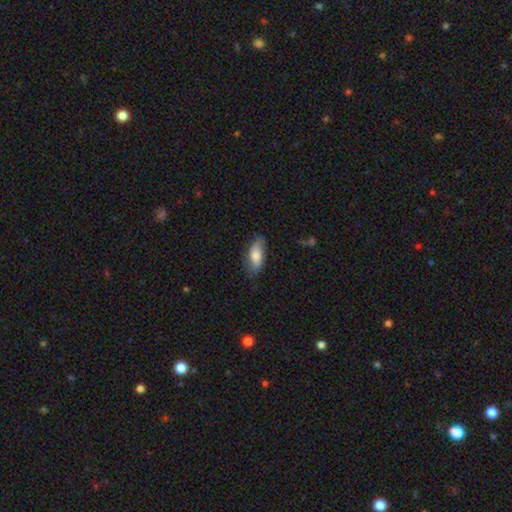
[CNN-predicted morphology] A smooth galaxy with no disk features (74%) that is in between round and cigar-shaped (81%).

Vote fractions:
- Smooth or featured? smooth: 74% / featured or disk: 20% / star or artifact: 7%
- How rounded? in between: 81% / cigar-shaped: 16% / round: 3%
- Merging? none: 70% / minor disturbance: 23% / major disturbance: 6% / merger: 1%